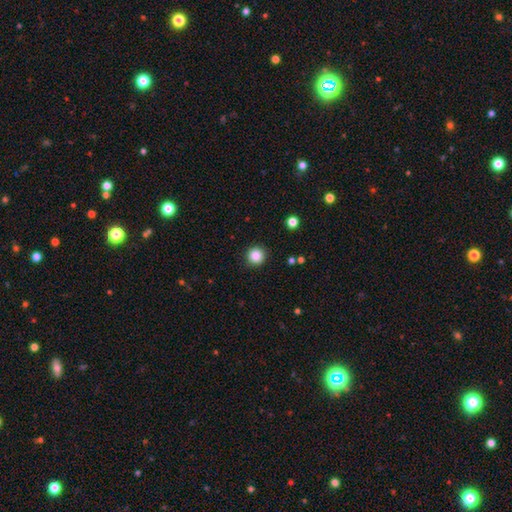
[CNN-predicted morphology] Smooth or featured?
  - smooth: 86% *
  - star or artifact: 11%
  - featured or disk: 3%
How rounded?
  - round: 96% *
  - in between: 3%
  - cigar-shaped: 1%
Merging?
  - none: 92% *
  - minor disturbance: 5%
  - major disturbance: 2%
  - merger: 1%